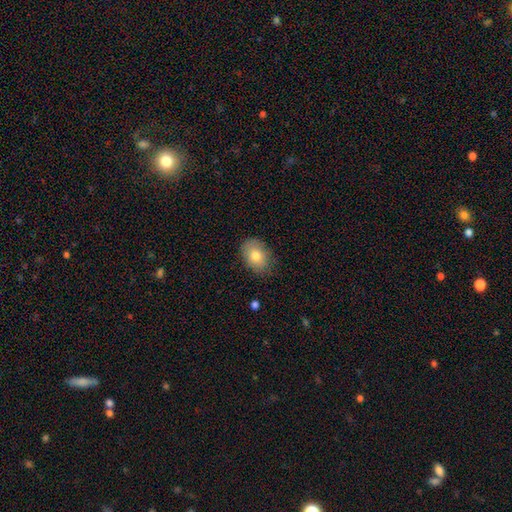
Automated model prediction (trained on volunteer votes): Smooth or featured? Predicted: smooth (p=0.79). How rounded? Predicted: in between (p=0.79). Merging? Predicted: none (p=0.80).